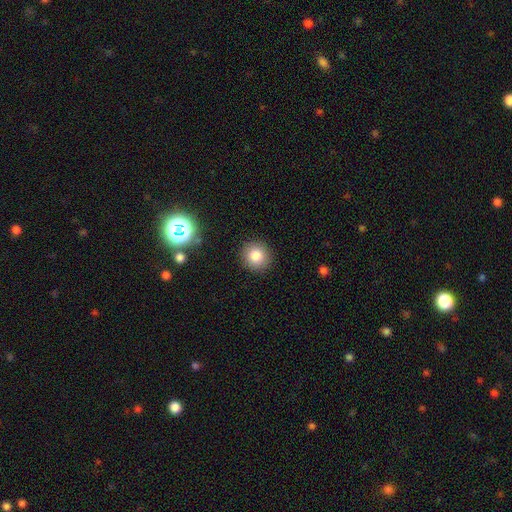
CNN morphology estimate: Smooth or featured? Predicted: smooth (p=0.82). How rounded? Predicted: round (p=0.91). Merging? Predicted: none (p=0.90).